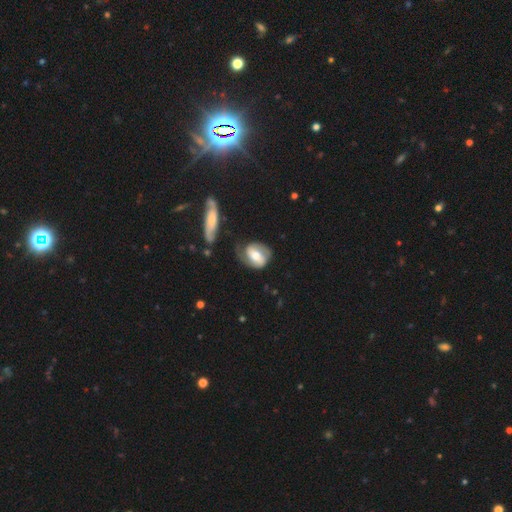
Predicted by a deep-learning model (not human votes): smooth-or-featured: featured or disk: 67% | smooth: 28% | star or artifact: 6%
  disk-edge-on: no: 96% | yes: 4%
    bar: weak: 40% | no: 31% | strong: 29%
    has-spiral-arms: yes: 87% | no: 13%
      spiral-winding: medium: 43% | tight: 39% | loose: 18%
      spiral-arm-count: 2: 77% | 1: 11% | can't tell: 9% | 3: 2% | 4: 1% | more than 4: 1%
    bulge-size: moderate: 56% | large: 24% | small: 15% | none: 3% | dominant: 3%
  merging: none: 58% | minor disturbance: 23% | major disturbance: 13% | merger: 6%